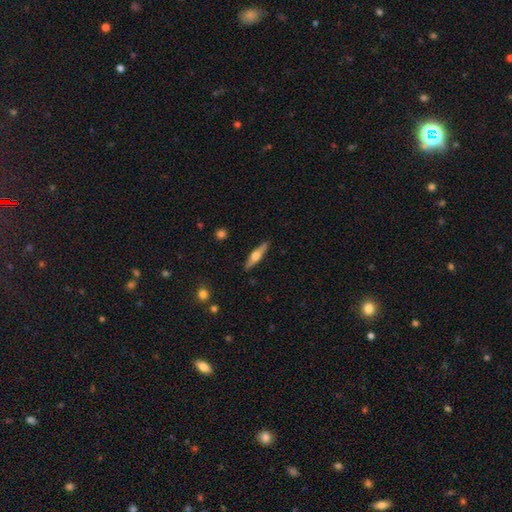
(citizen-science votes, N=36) featured or disk 50%, smooth 47%, star or artifact 3%. Down the decision tree: edge-on disk — yes (89%); edge-on bulge — rounded (88%); merging — none (94%).